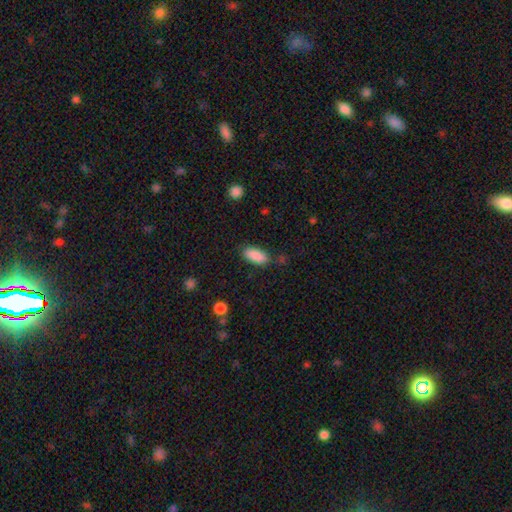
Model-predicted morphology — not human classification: Overall: smooth (89%). How rounded: in between (85%). Merging: none (82%).